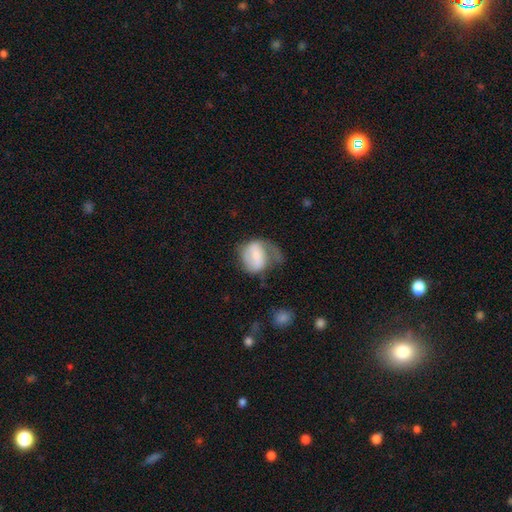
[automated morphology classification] Smooth or featured: smooth — 47% (featured or disk — 46%)
Merging: major disturbance — 41% (minor disturbance — 28%)